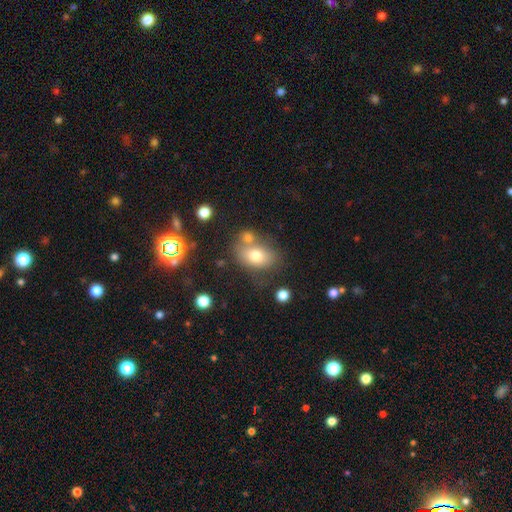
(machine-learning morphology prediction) smooth-or-featured: smooth: 73% | featured or disk: 17% | star or artifact: 11%
  how-rounded: in between: 75% | round: 23% | cigar-shaped: 1%
  merging: none: 50% | merger: 26% | minor disturbance: 17% | major disturbance: 7%